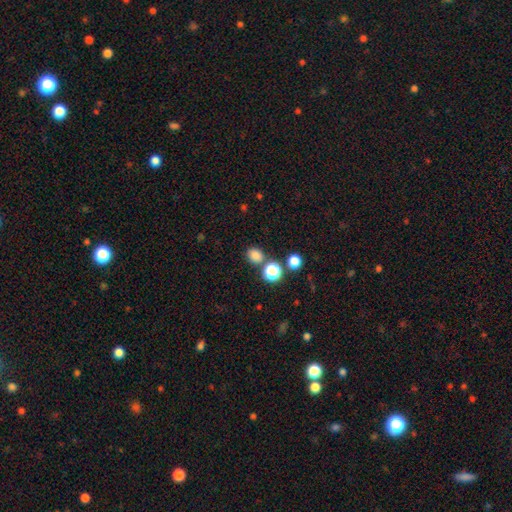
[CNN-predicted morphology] smooth 79%, star or artifact 17%, featured or disk 4%. Down the decision tree: how rounded — round (62%); merging — none (77%).